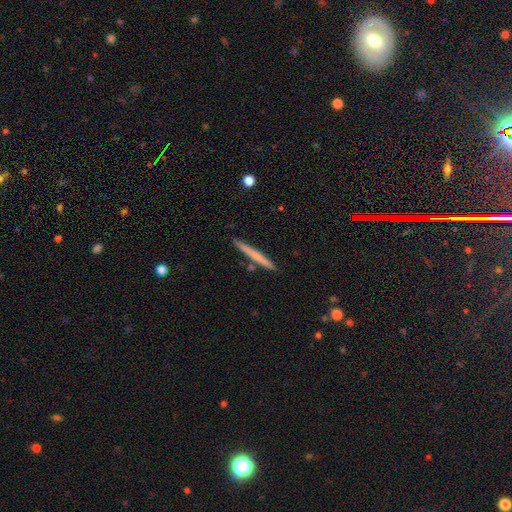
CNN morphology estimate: smooth-or-featured: smooth: 62% | featured or disk: 32% | star or artifact: 5%
  how-rounded: cigar-shaped: 97% | in between: 2% | round: 1%
  merging: none: 89% | minor disturbance: 7% | merger: 3% | major disturbance: 1%